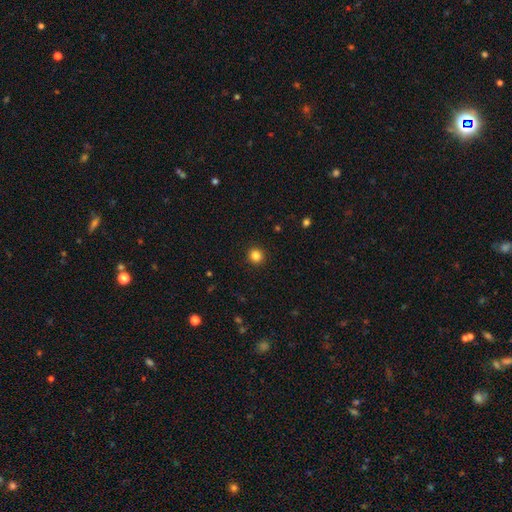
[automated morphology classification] The model was most divided on "smooth or featured": smooth: 84%, star or artifact: 12%, featured or disk: 4%. More confident: merging — none (93%); how rounded — round (92%).